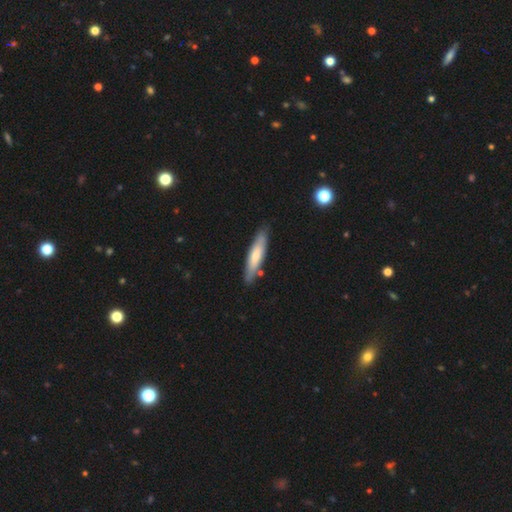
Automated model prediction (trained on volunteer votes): Smooth or featured: smooth — 65% (featured or disk — 30%)
How rounded: cigar-shaped — 81% (in between — 18%)
Merging: none — 82% (minor disturbance — 12%)